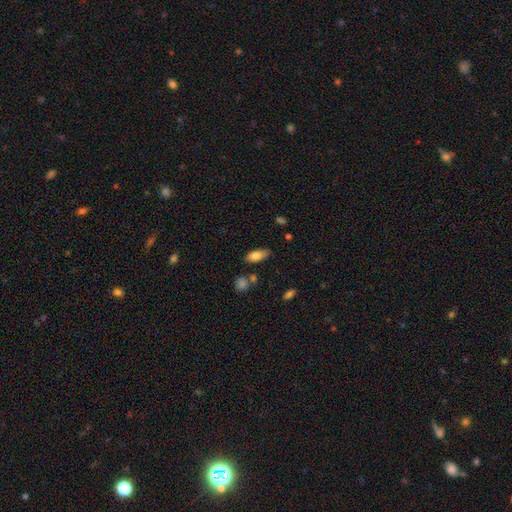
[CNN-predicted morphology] smooth_or_featured: smooth (p=0.81) [alt: featured or disk p=0.12]
how_rounded: in between (p=0.84) [alt: cigar-shaped p=0.14]
merging: none (p=0.75) [alt: minor disturbance p=0.16]